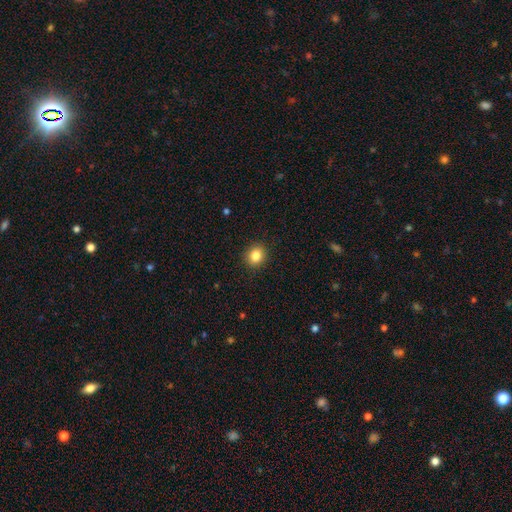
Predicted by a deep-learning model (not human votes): Smooth or featured? Predicted: smooth (p=0.84). How rounded? Predicted: round (p=0.78). Merging? Predicted: none (p=0.91).